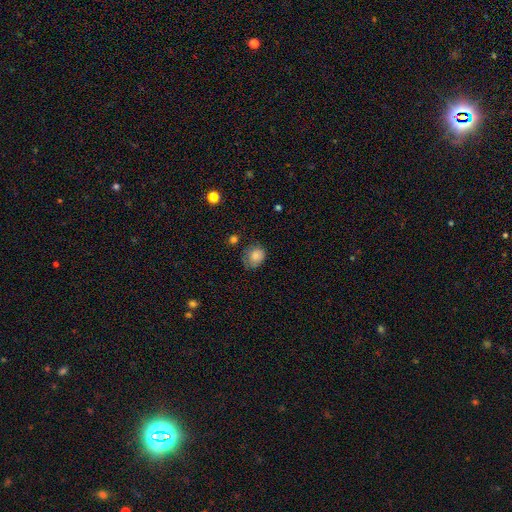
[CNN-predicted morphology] smooth 80%, featured or disk 11%, star or artifact 9%. Down the decision tree: how rounded — round (59%); merging — none (55%).